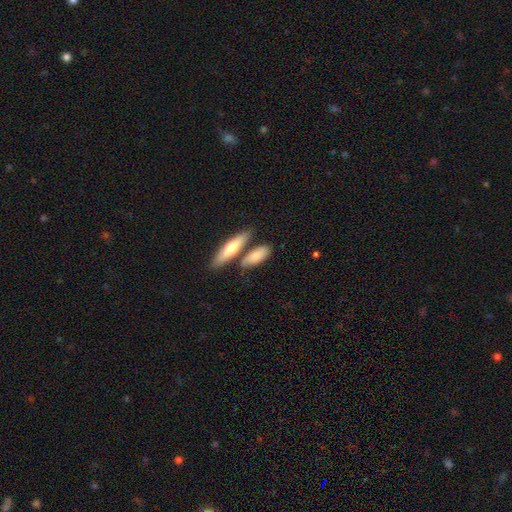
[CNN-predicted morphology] This is likely a smooth galaxy (76%). How rounded: possibly in between (57%). Merging: possibly none (58%).